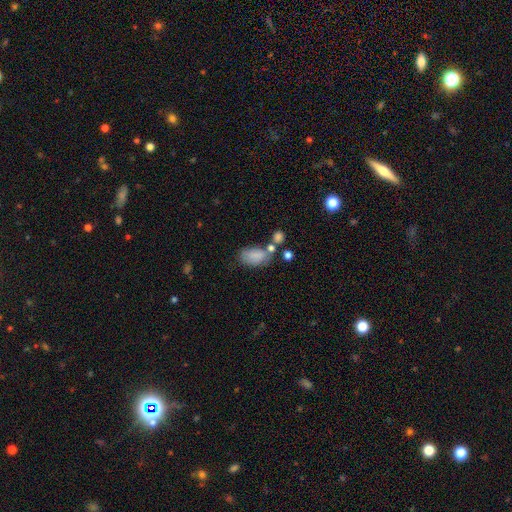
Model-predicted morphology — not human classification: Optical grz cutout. It shows a smooth galaxy with no disk features (79%) that is in between round and cigar-shaped (91%). Merging: none (42%).